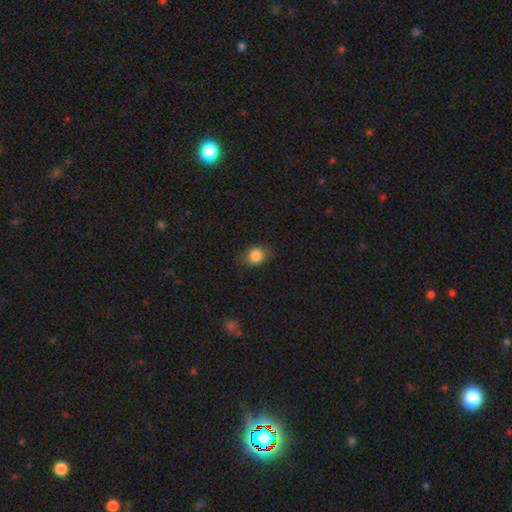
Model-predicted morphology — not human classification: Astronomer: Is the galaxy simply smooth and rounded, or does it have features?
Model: smooth — 84%.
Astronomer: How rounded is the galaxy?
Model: round — 50% (runner-up: in between, 48%).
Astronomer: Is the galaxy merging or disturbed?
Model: none — 74%.